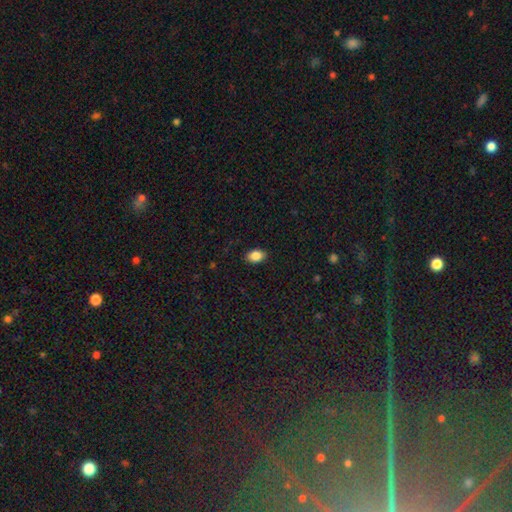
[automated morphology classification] This appears to be a smooth galaxy with no disk features (87%) that is in between round and cigar-shaped (82%). Merging: none (88%).